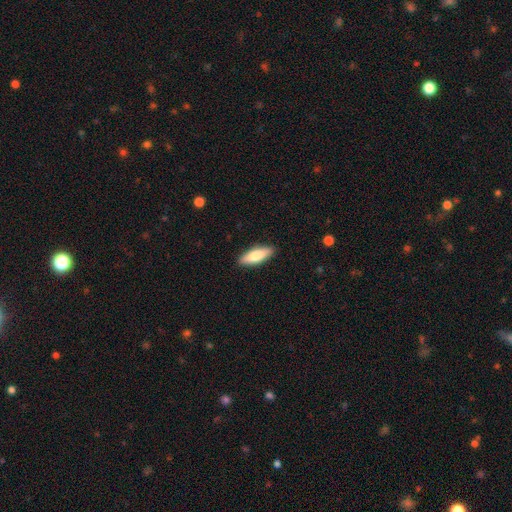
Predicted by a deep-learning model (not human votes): Overall: smooth (76%). How rounded: in between (59%; cigar-shaped 39%). Merging: none (89%).